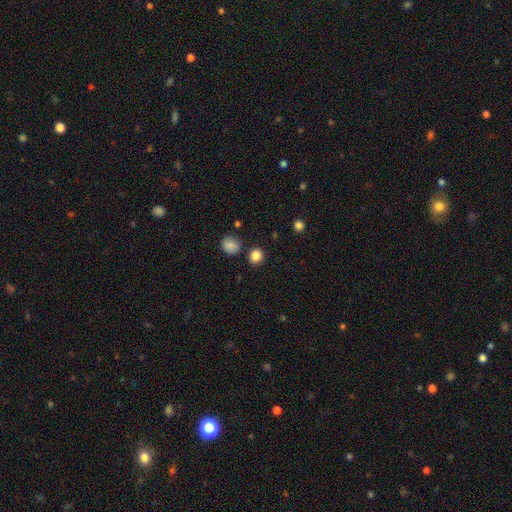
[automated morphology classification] The model was most divided on "smooth or featured": smooth: 85%, star or artifact: 11%, featured or disk: 4%. More confident: how rounded — round (87%); merging — none (85%).